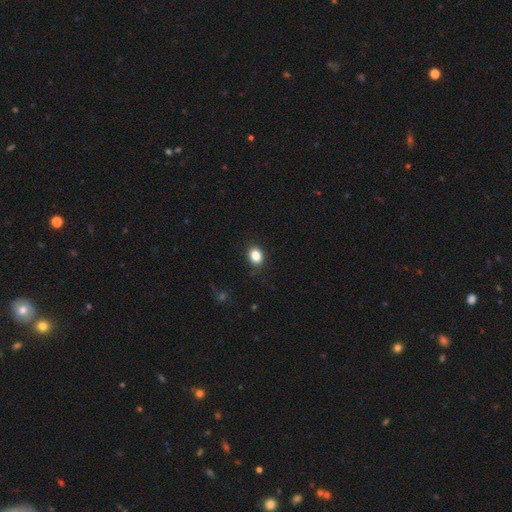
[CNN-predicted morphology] smooth 86%, star or artifact 10%, featured or disk 4%. Down the decision tree: how rounded — in between (55%); merging — none (85%).